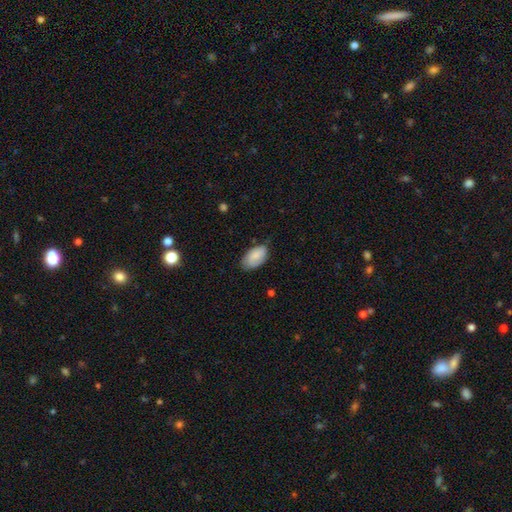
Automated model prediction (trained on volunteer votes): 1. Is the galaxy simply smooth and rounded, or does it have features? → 73% smooth, 20% featured or disk, 7% star or artifact.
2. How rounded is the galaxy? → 94% in between, 5% round, 2% cigar-shaped.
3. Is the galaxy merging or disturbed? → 67% none, 27% minor disturbance, 5% major disturbance, 1% merger.